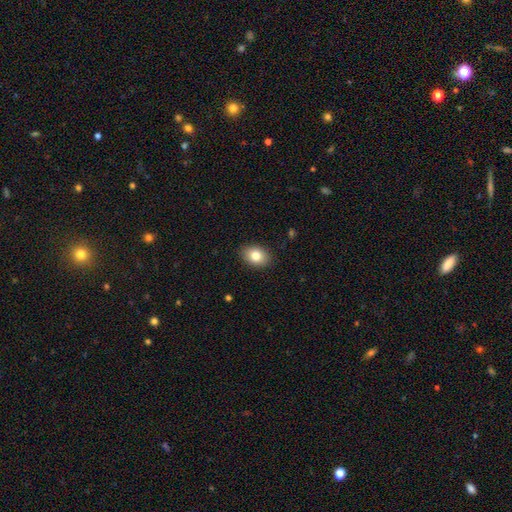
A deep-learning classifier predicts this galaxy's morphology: Smooth or featured? Predicted: smooth (p=0.82). How rounded? Predicted: in between (p=0.74). Merging? Predicted: none (p=0.89).